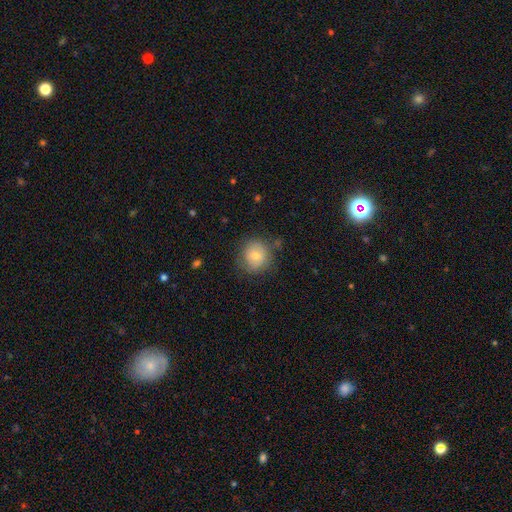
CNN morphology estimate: smooth-or-featured: smooth: 74% | featured or disk: 18% | star or artifact: 8%
  how-rounded: round: 86% | in between: 13% | cigar-shaped: 1%
  merging: none: 73% | minor disturbance: 19% | major disturbance: 6% | merger: 2%